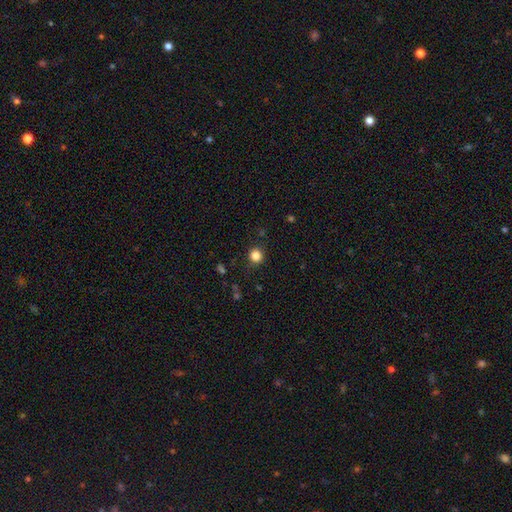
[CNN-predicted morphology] smooth 84%, star or artifact 12%, featured or disk 4%. Down the decision tree: how rounded — round (91%); merging — none (87%).